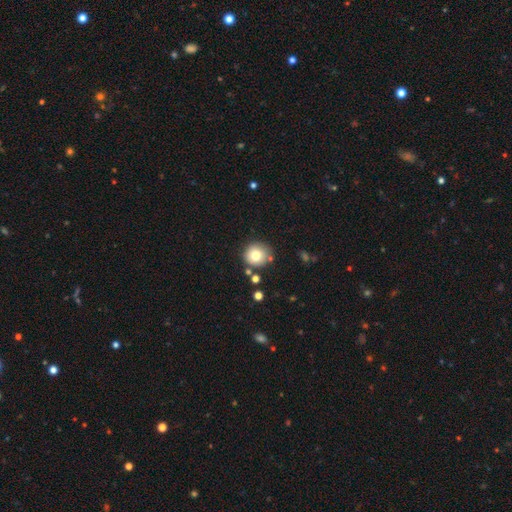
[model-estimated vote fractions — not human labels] Overall: smooth (77%). How rounded: round (93%). Merging: none (80%).